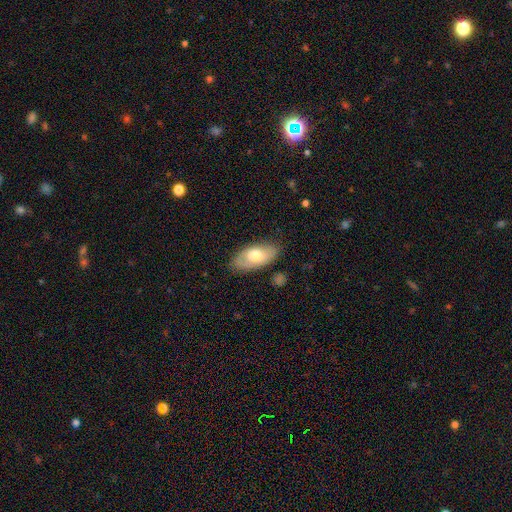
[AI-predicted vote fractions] A smooth galaxy with no disk features (65%) that is in between round and cigar-shaped (92%). Merging: none (79%).